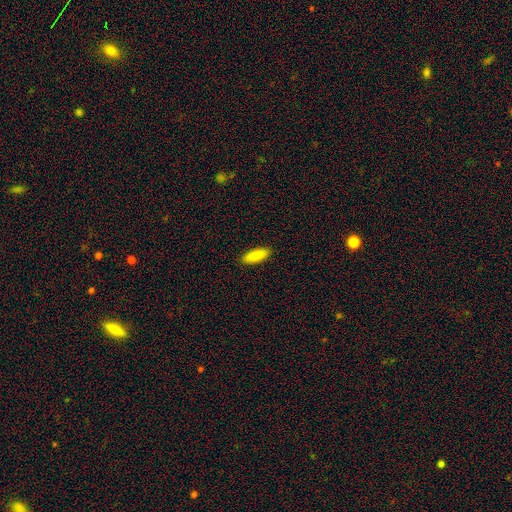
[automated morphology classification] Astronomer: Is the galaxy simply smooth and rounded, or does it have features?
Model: smooth — 89%.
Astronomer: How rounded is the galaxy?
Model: in between — 57% (runner-up: cigar-shaped, 41%).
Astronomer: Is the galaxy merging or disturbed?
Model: none — 91%.